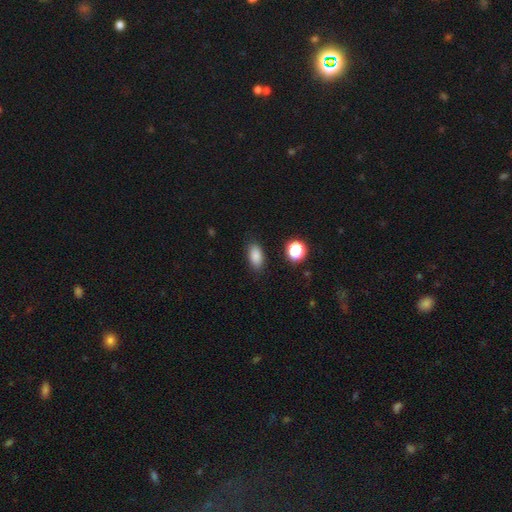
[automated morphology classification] Smooth or featured: smooth — 85% (star or artifact — 10%)
How rounded: in between — 88% (round — 7%)
Merging: none — 86% (minor disturbance — 10%)